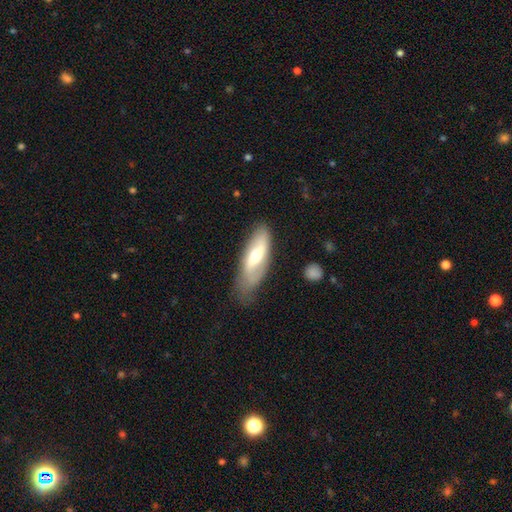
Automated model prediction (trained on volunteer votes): This is possibly a featured or disk galaxy (56%). It is likely not viewed edge-on (76%). Merging: likely none (65%).